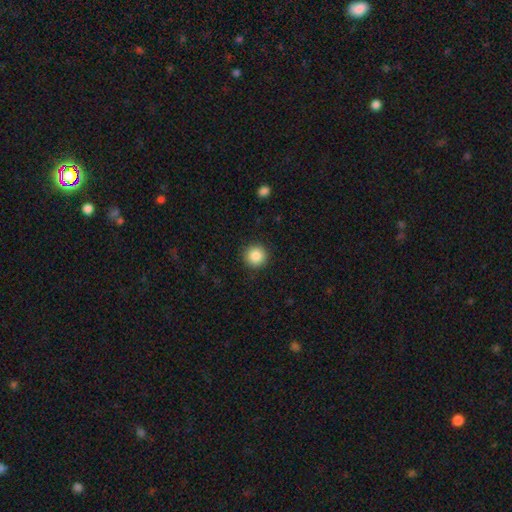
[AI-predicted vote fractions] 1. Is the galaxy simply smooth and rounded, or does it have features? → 87% smooth, 9% star or artifact, 4% featured or disk.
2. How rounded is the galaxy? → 96% round, 3% in between, 1% cigar-shaped.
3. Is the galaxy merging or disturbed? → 92% none, 5% minor disturbance, 2% major disturbance, 1% merger.